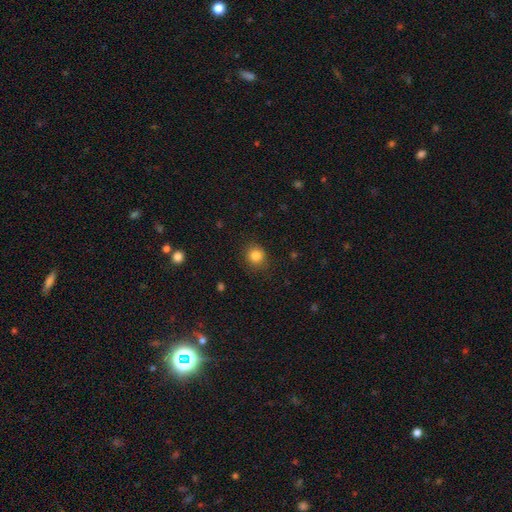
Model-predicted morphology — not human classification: This appears to be a smooth galaxy with no disk features (84%) that is round (85%). Merging: none (87%).